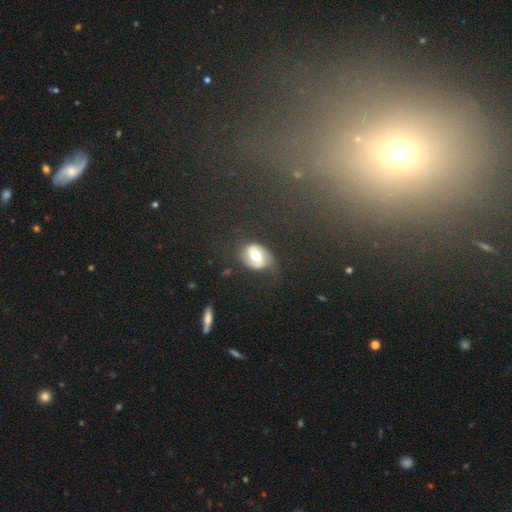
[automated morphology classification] A featured or disk galaxy (63%) with no bar (50%), 2 (87%) medium (42%) spiral arms (82%) and a moderate central bulge (69%).

Vote fractions:
- Smooth or featured? featured or disk: 63% / smooth: 29% / star or artifact: 8%
- Edge-on disk? no: 97% / yes: 3%
- Bar? no: 50% / weak: 34% / strong: 16%
- Spiral arms? yes: 82% / no: 18%
- Spiral winding? medium: 42% / loose: 30% / tight: 27%
- Spiral arm count? 2: 87% / can't tell: 6% / 1: 4% / 3: 1% / 4: 1% / more than 4: 1%
- Bulge size? moderate: 69% / large: 22% / small: 6% / dominant: 2% / none: 1%
- Merging? none: 66% / minor disturbance: 21% / major disturbance: 11% / merger: 2%